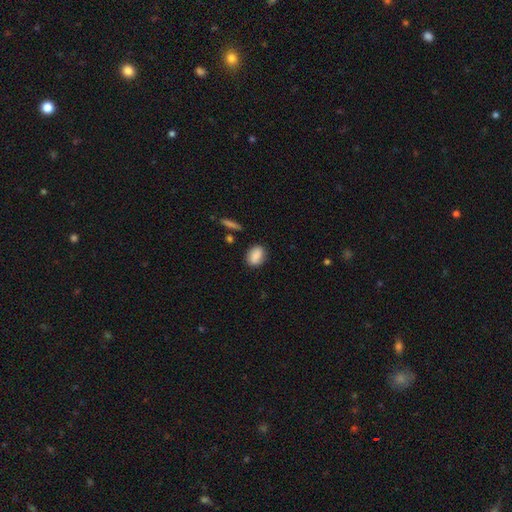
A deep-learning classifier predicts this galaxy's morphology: smooth_or_featured: smooth (p=0.86) [alt: star or artifact p=0.08]
how_rounded: in between (p=0.75) [alt: round p=0.23]
merging: none (p=0.80) [alt: minor disturbance p=0.14]